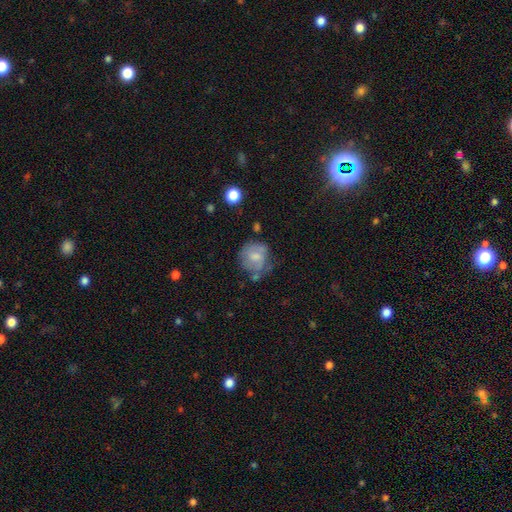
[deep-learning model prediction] smooth-or-featured: smooth: 46% | featured or disk: 43% | star or artifact: 11%
  merging: none: 56% | minor disturbance: 27% | major disturbance: 12% | merger: 5%